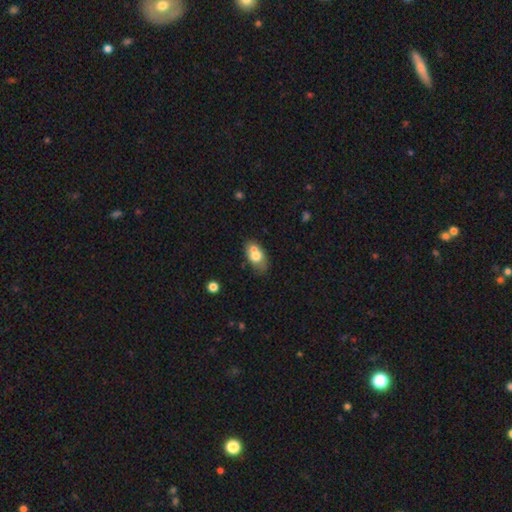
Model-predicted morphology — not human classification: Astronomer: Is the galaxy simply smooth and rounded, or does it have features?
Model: smooth — 68%.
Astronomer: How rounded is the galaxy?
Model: in between — 83%.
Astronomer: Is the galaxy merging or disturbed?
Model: none — 45% (runner-up: merger, 35%).